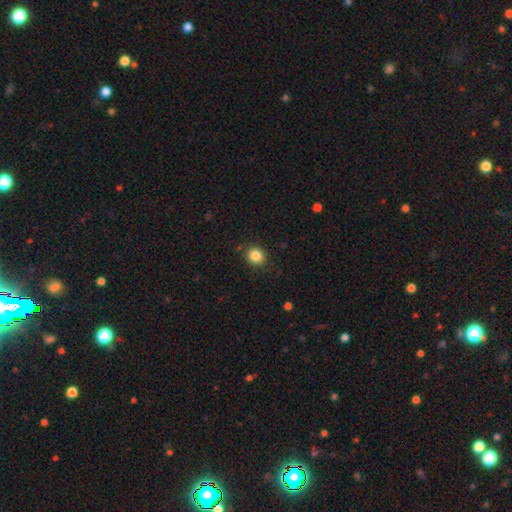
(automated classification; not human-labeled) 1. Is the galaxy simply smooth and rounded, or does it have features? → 85% smooth, 11% star or artifact, 4% featured or disk.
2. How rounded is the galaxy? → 79% round, 20% in between, 1% cigar-shaped.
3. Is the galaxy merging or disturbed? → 88% none, 8% minor disturbance, 2% major disturbance, 1% merger.